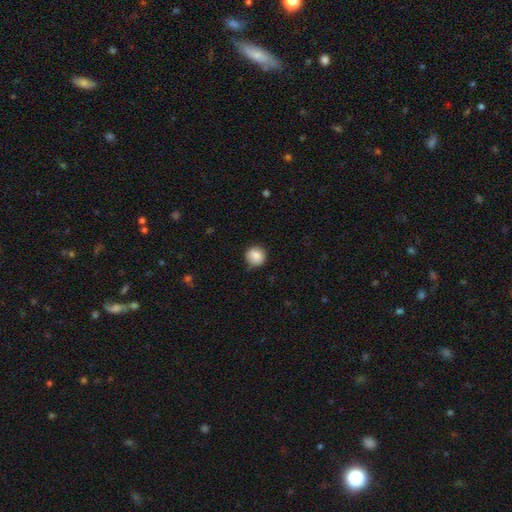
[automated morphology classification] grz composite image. It shows a smooth galaxy with no disk features (87%) that is round (89%). Merging: none (80%).